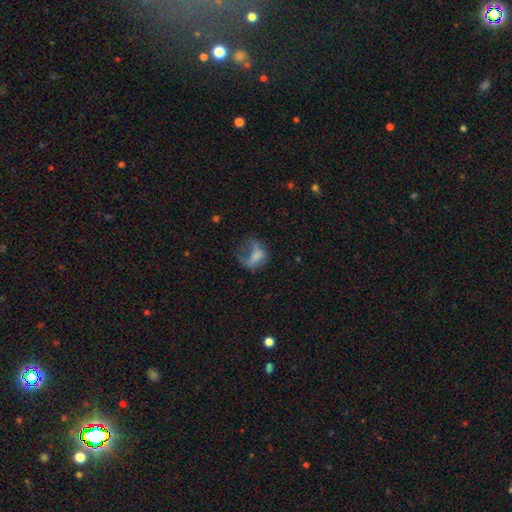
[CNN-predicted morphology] Overall: smooth (56%; featured or disk 32%). How rounded: in between (67%; round 30%). Merging: major disturbance (54%; none 23%).